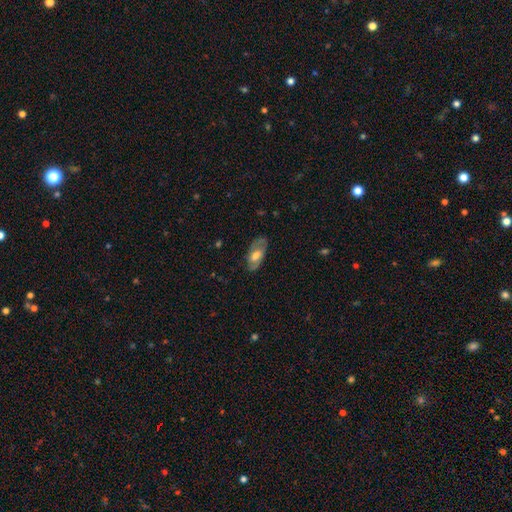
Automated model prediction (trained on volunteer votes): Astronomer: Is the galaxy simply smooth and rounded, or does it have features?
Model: smooth — 49% (runner-up: featured or disk, 44%).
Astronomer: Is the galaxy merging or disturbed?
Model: none — 73%.